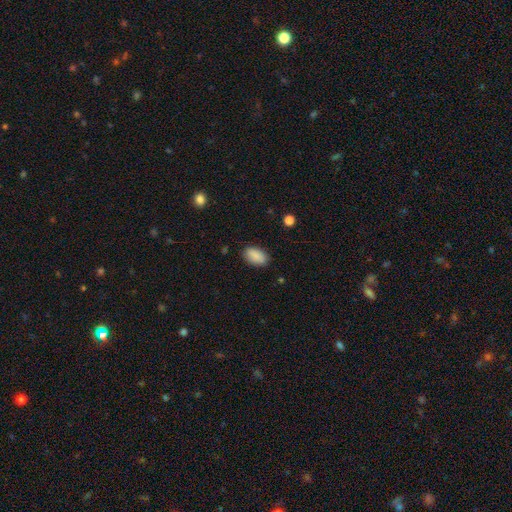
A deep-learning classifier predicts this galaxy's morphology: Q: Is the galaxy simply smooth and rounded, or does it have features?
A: smooth — 90%.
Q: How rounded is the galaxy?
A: in between — 93%.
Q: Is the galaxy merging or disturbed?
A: none — 86%.